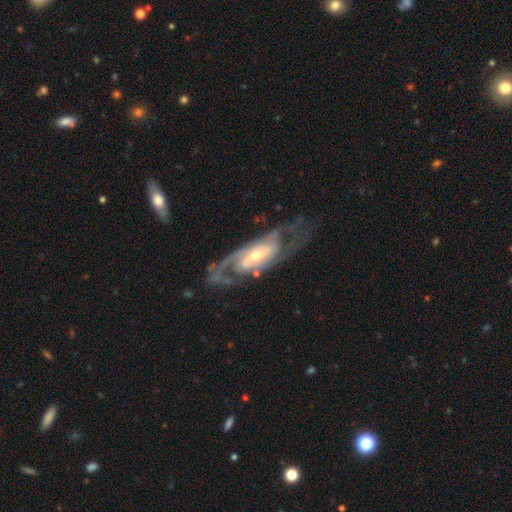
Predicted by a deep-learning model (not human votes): This appears to be a featured or disk galaxy (88%) with a weak bar (44%), 2 (66%) medium (45%) spiral arms (95%) and a moderate central bulge (51%). Merging: none (59%).